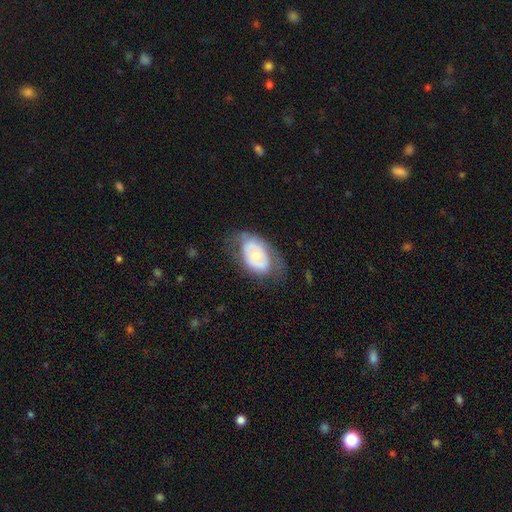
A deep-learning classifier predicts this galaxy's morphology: The model was most divided on "smooth or featured": featured or disk: 52%, smooth: 42%, star or artifact: 6%. More confident: edge-on disk — no (92%); merging — none (60%).